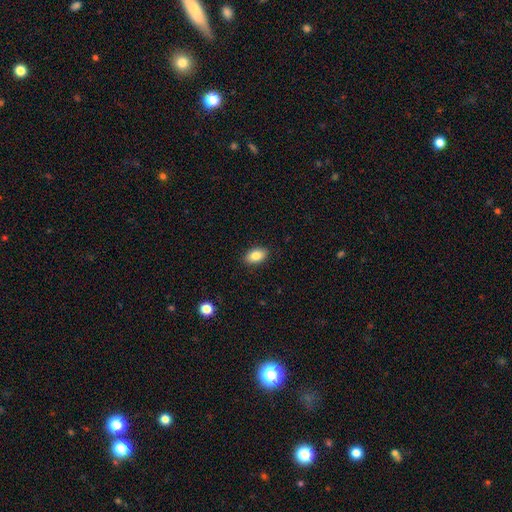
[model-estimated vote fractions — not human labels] Smooth or featured? smooth (84%)
How rounded? in between (90%)
Merging? none (89%)